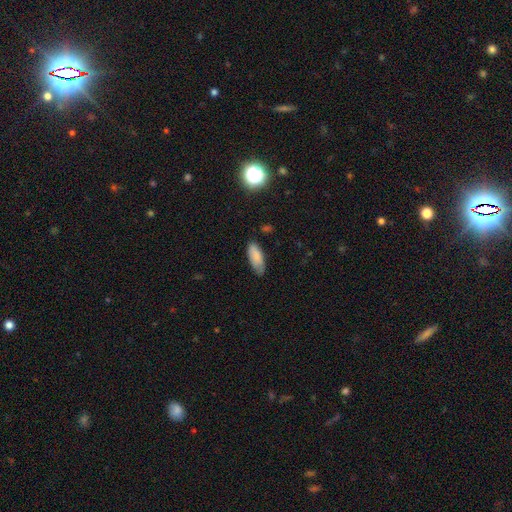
Q: Smooth or featured?
A: smooth (88%); runner-up: featured or disk (12%)
Q: How rounded?
A: in between (74%); runner-up: cigar-shaped (23%)
Q: Merging?
A: none (70%); runner-up: minor disturbance (22%)